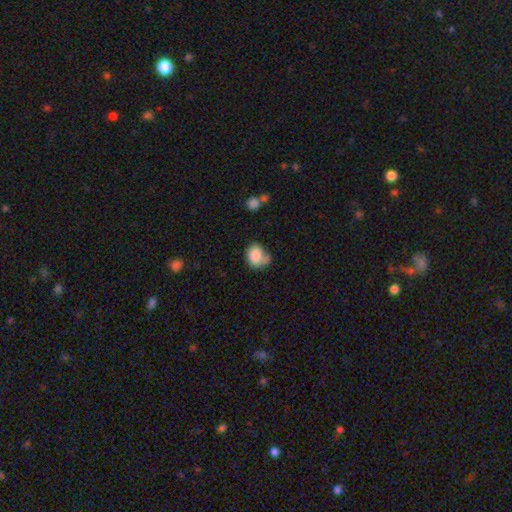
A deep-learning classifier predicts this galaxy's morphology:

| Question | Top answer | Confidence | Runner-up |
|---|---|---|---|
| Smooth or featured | smooth | 82% | featured or disk (10%) |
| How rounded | round | 50% | in between (49%) |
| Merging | none | 40% | minor disturbance (28%) |